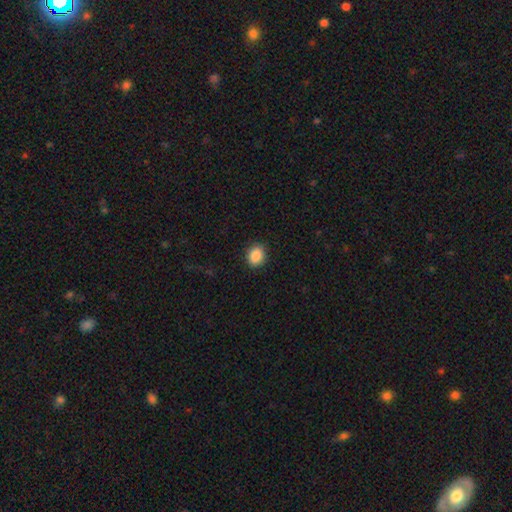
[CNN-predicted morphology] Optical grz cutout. It shows a smooth galaxy with no disk features (88%) that is in between round and cigar-shaped (52%). Merging: none (89%).